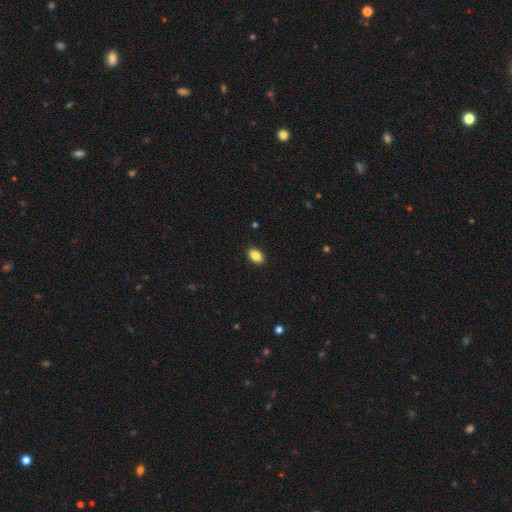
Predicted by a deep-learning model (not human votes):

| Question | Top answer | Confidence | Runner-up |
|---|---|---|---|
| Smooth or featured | smooth | 86% | star or artifact (8%) |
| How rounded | in between | 86% | round (13%) |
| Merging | none | 90% | minor disturbance (7%) |